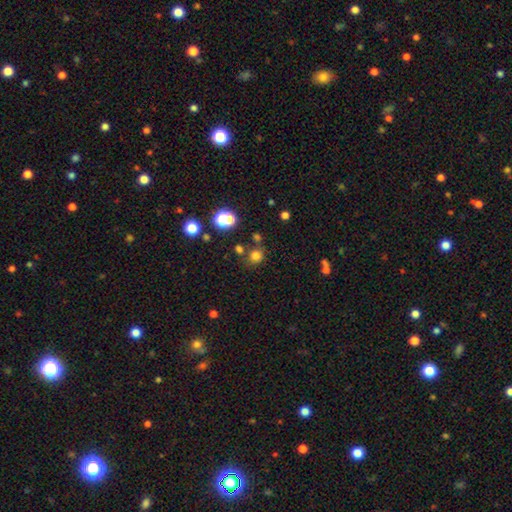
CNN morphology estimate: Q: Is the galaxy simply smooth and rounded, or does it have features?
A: smooth — 74%.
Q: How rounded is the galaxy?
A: round — 86%.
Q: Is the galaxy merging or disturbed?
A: none — 73%.